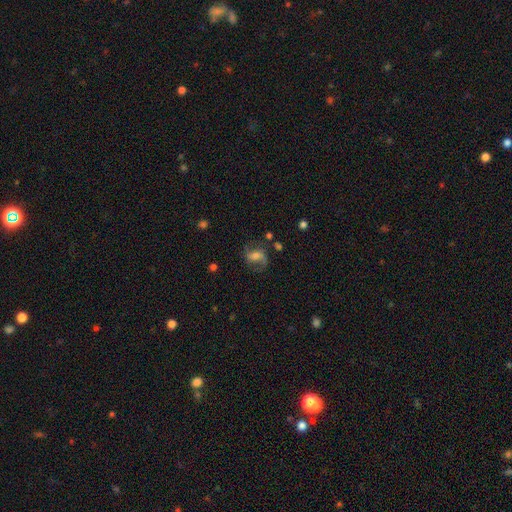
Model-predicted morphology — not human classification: Smooth or featured? featured or disk (57%)
Edge-on disk? no (96%)
Bar? weak (43%)
Spiral arms? yes (87%)
Bulge size? moderate (38%)
Merging? none (56%)